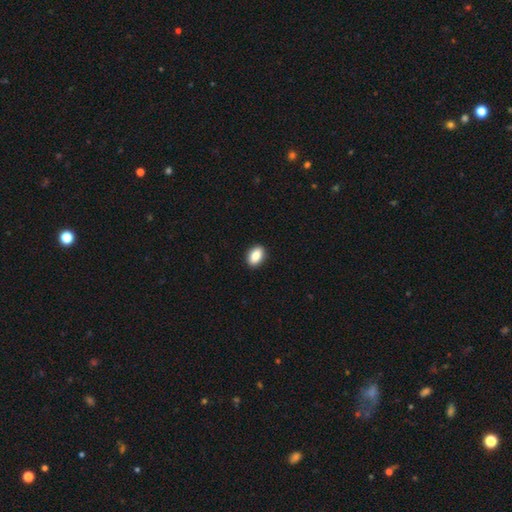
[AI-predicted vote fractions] Overall: smooth (87%). How rounded: in between (87%). Merging: none (91%).